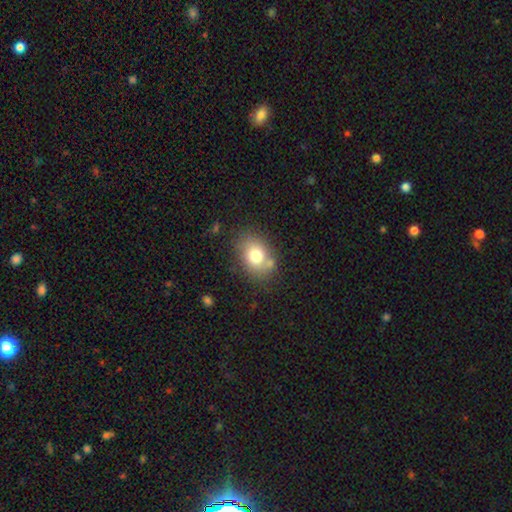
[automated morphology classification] This appears to be a smooth galaxy with no disk features (76%) that is in between round and cigar-shaped (61%). Merging: none (69%).